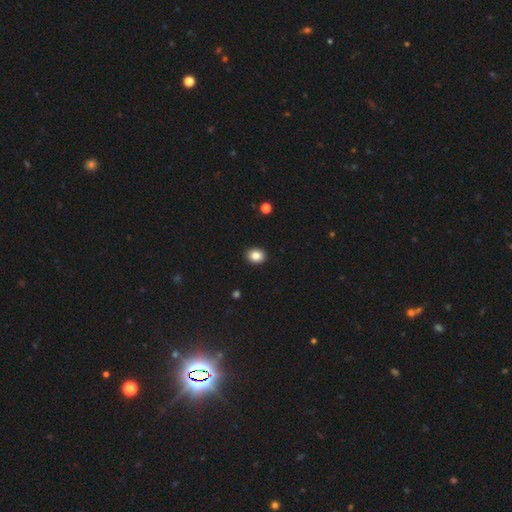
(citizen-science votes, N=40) Smooth or featured?
  - smooth: 90% *
  - star or artifact: 8%
  - featured or disk: 2%
How rounded?
  - round: 50% * (tied)
  - in between: 50% * (tied)
  - cigar-shaped: 0%
Merging?
  - none: 95% *
  - minor disturbance: 5%
  - major disturbance: 0%
  - merger: 0%